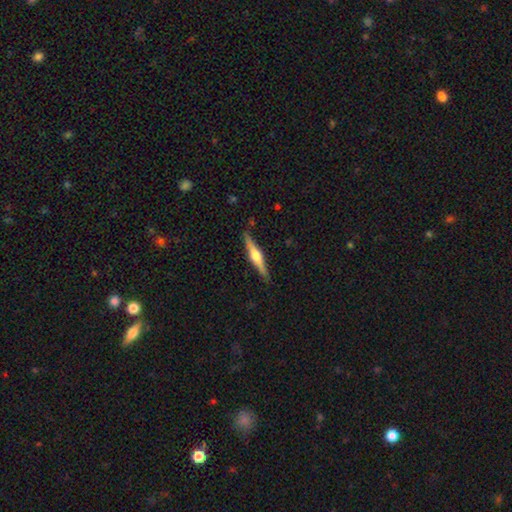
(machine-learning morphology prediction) This appears to be a featured or disk galaxy (71%) viewed edge-on (98%) with a rounded central bulge (90%). Merging: none (88%).